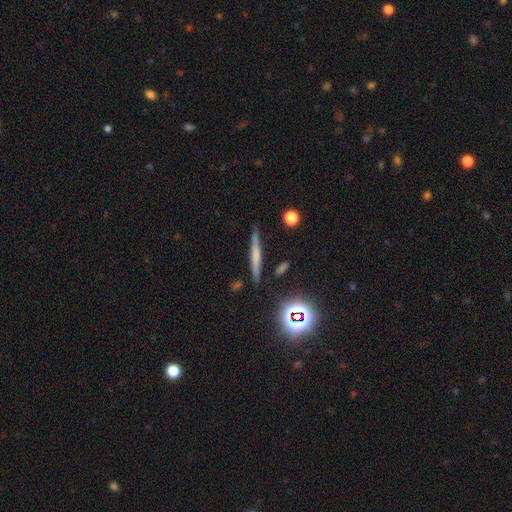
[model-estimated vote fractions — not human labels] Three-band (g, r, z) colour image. It shows a smooth galaxy with no disk features (49%). Merging: none (86%).